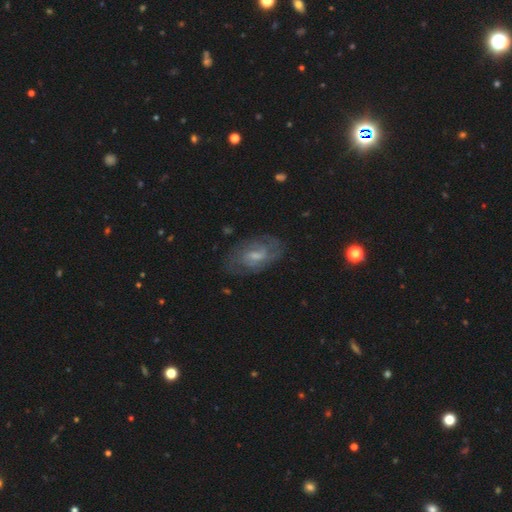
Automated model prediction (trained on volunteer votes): This appears to be a featured or disk galaxy (68%) with a weak bar (56%), tight (46%) spiral arms (83%) and a small central bulge (44%). Merging: none (71%).